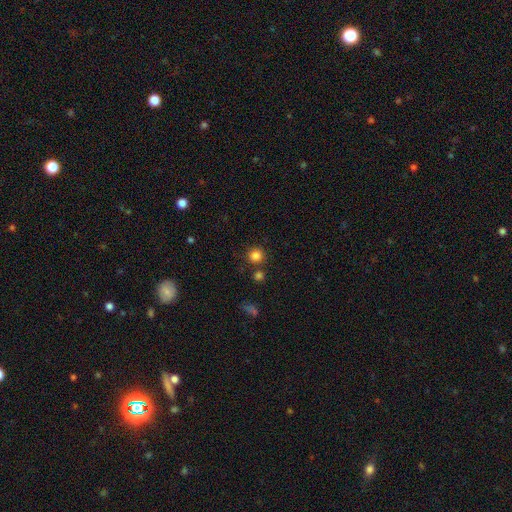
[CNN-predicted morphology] Overall: smooth (83%). How rounded: round (93%). Merging: none (81%).